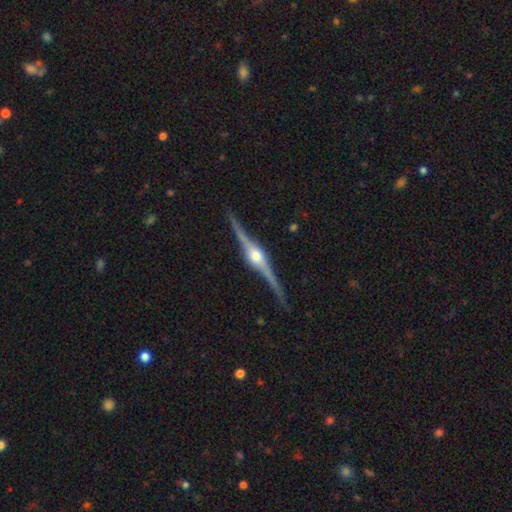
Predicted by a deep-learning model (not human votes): This appears to be a featured or disk galaxy (92%) viewed edge-on (98%) with a rounded central bulge (92%). Merging: none (89%).